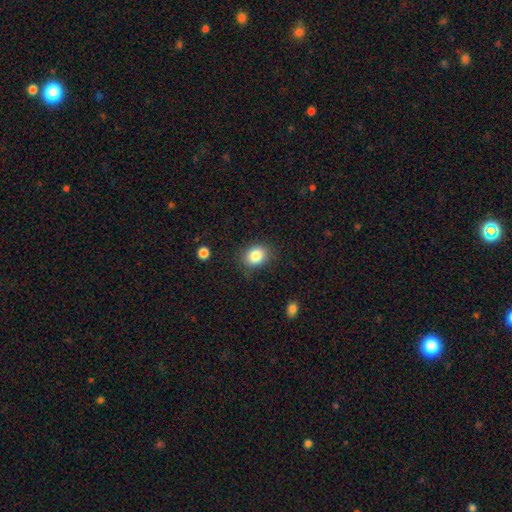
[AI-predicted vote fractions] smooth_or_featured: smooth (p=0.84) [alt: star or artifact p=0.09]
how_rounded: round (p=0.51) [alt: in between p=0.48]
merging: none (p=0.83) [alt: minor disturbance p=0.12]